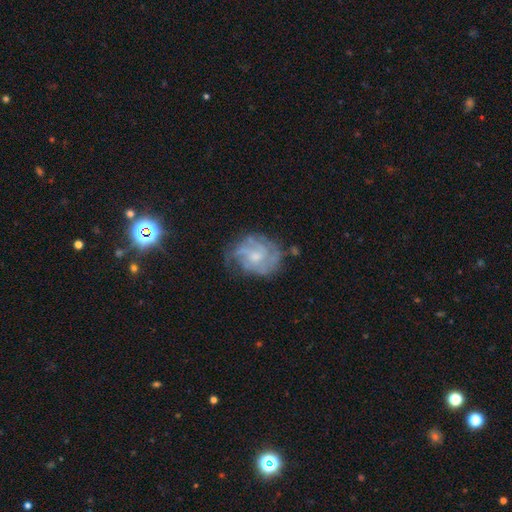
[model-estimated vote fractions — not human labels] A featured or disk galaxy (74%) with no bar (67%), tight (51%) spiral arms (84%) and a small central bulge (43%, tied with moderate). Merging: none (62%).